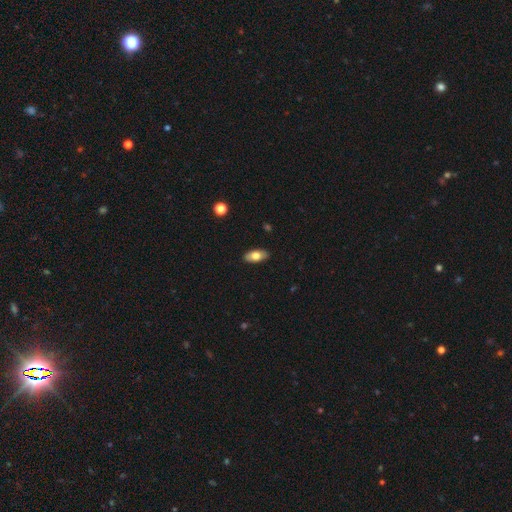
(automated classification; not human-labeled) smooth 76%, featured or disk 17%, star or artifact 7%. Down the decision tree: how rounded — in between (90%); merging — none (88%).